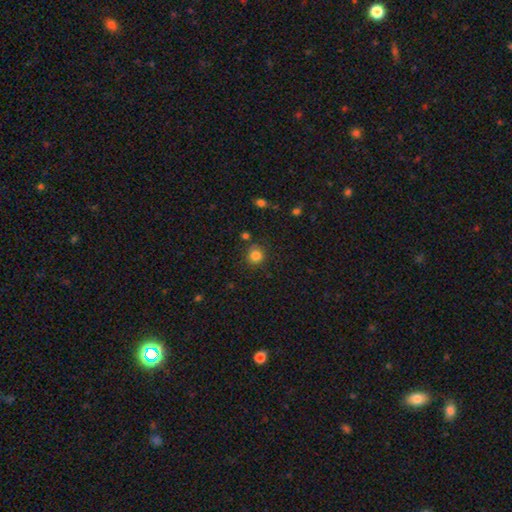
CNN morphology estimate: Q: Smooth or featured?
A: smooth (83%); runner-up: star or artifact (12%)
Q: How rounded?
A: round (90%); runner-up: in between (9%)
Q: Merging?
A: none (83%); runner-up: minor disturbance (10%)